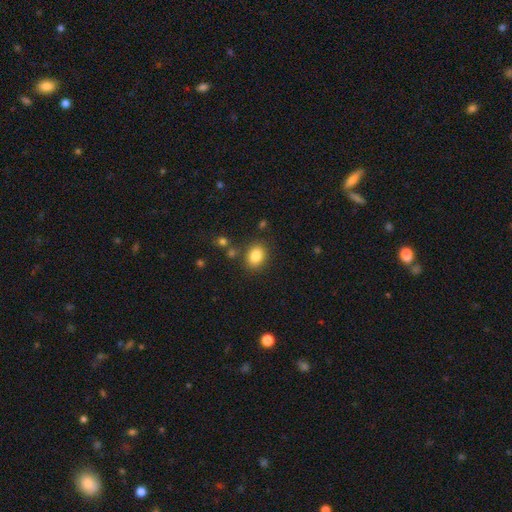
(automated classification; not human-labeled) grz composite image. It shows a smooth galaxy with no disk features (85%) that is in between round and cigar-shaped (62%). Merging: none (83%).